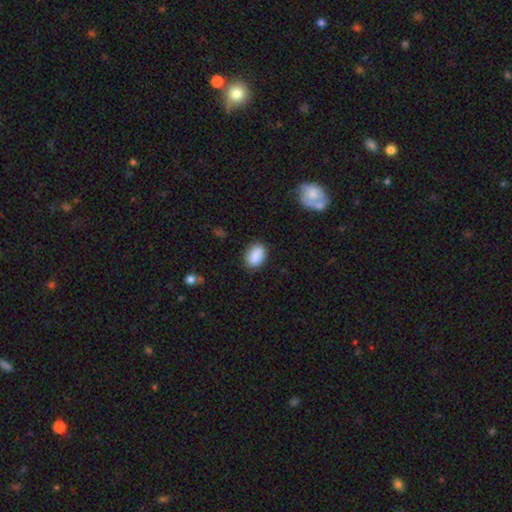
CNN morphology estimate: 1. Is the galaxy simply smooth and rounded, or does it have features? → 88% smooth, 7% star or artifact, 4% featured or disk.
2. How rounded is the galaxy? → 83% in between, 16% round, 1% cigar-shaped.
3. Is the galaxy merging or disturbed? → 81% none, 14% minor disturbance, 3% major disturbance, 2% merger.